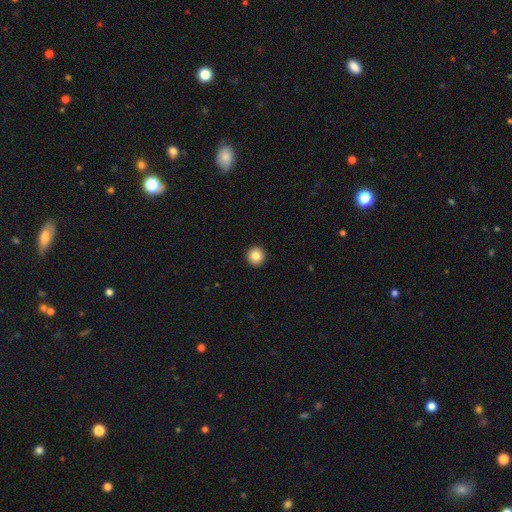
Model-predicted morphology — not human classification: Smooth or featured: smooth — 85% (star or artifact — 9%)
How rounded: round — 96% (in between — 3%)
Merging: none — 94% (minor disturbance — 4%)